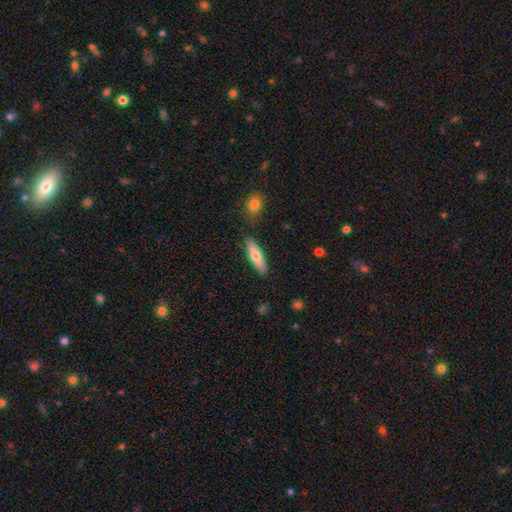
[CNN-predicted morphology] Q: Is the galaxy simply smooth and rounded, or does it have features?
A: smooth — 69%.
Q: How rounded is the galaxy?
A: cigar-shaped — 62%.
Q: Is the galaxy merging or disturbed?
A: none — 84%.